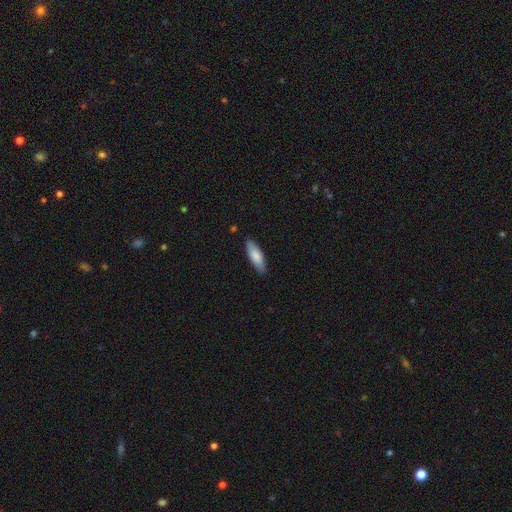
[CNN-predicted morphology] This is clearly a smooth galaxy (81%). How rounded: possibly in between (60%). Merging: clearly none (85%).